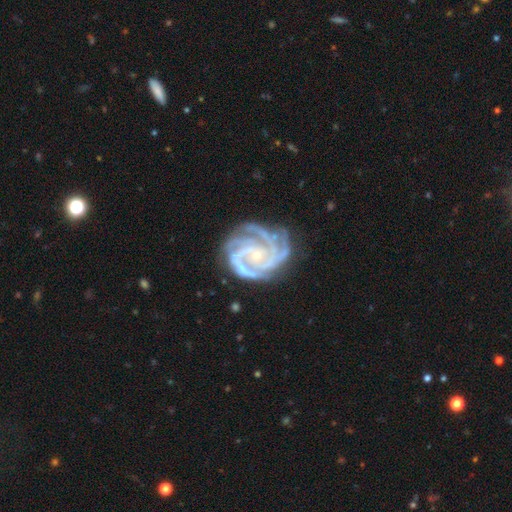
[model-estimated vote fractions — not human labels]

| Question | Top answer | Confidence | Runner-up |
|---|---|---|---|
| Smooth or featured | featured or disk | 92% | star or artifact (5%) |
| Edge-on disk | no | 98% | yes (2%) |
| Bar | no | 63% | weak (26%) |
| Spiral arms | yes | 99% | no (1%) |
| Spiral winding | tight | 69% | medium (28%) |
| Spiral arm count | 3 | 36% | 4 (33%) |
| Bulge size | small | 79% | moderate (17%) |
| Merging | none | 68% | minor disturbance (21%) |